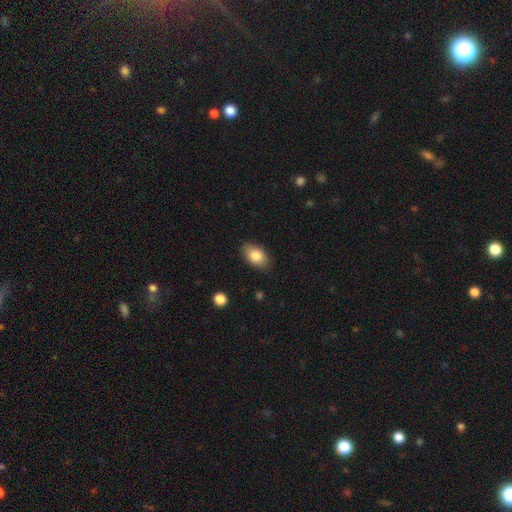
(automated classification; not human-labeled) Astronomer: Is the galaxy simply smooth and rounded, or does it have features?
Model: smooth — 83%.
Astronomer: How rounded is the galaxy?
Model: in between — 90%.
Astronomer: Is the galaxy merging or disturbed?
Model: none — 85%.